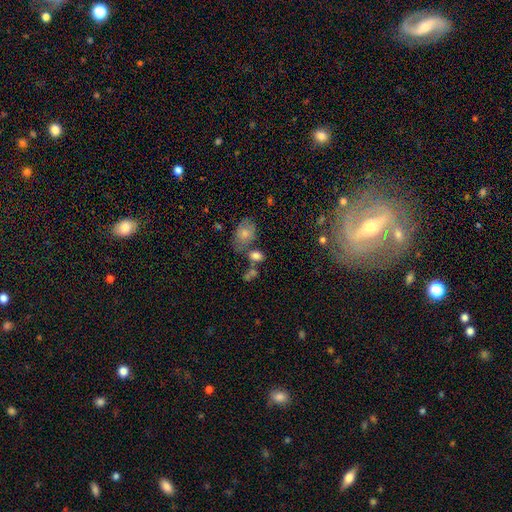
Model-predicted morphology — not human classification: smooth-or-featured: smooth: 77% | star or artifact: 12% | featured or disk: 11%
  how-rounded: in between: 74% | round: 24% | cigar-shaped: 3%
  merging: none: 48% | merger: 31% | minor disturbance: 15% | major disturbance: 7%